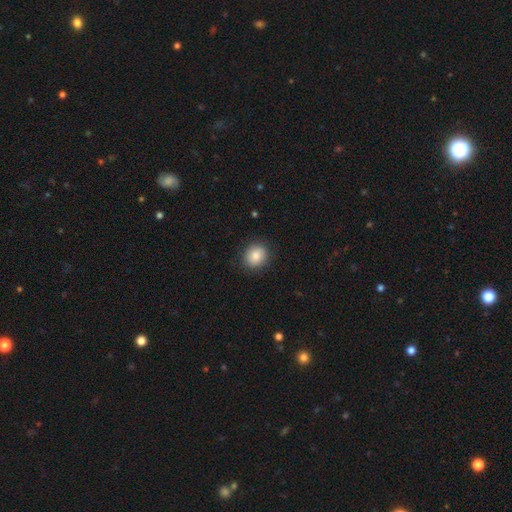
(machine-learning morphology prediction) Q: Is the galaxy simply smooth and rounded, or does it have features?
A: smooth — 84%.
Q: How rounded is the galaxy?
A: round — 71%.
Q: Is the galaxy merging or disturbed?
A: none — 87%.